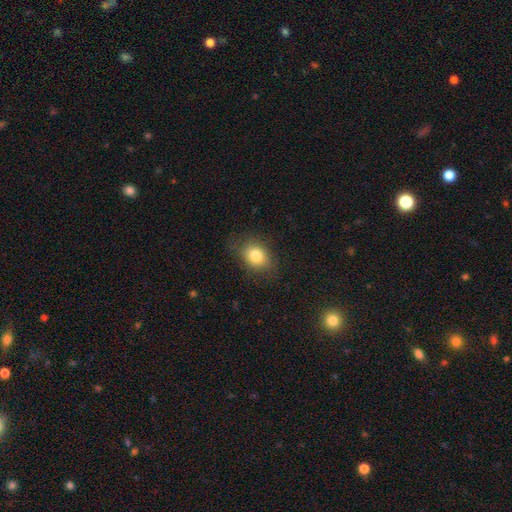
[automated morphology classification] smooth-or-featured: smooth: 81% | star or artifact: 10% | featured or disk: 9%
  how-rounded: in between: 59% | round: 40% | cigar-shaped: 1%
  merging: none: 78% | minor disturbance: 16% | major disturbance: 5% | merger: 1%